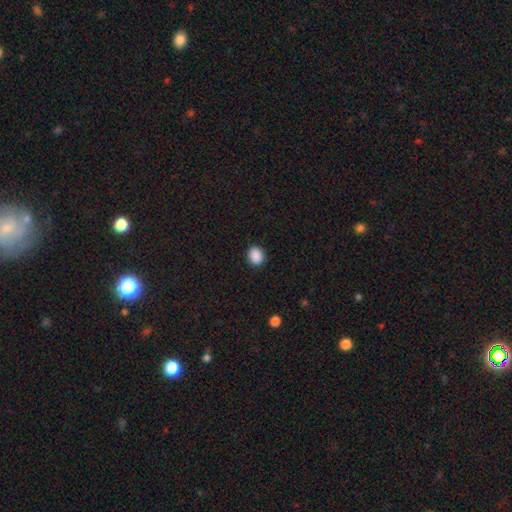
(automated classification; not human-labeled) Q: Smooth or featured?
A: smooth (89%); runner-up: star or artifact (9%)
Q: How rounded?
A: round (55%); runner-up: in between (45%)
Q: Merging?
A: none (90%); runner-up: minor disturbance (7%)